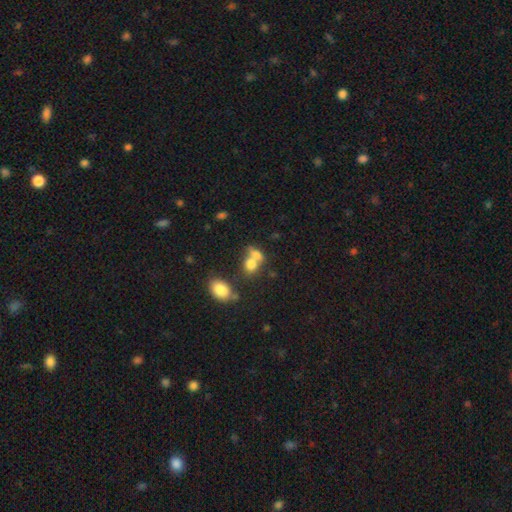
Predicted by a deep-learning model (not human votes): Morphology: type=smooth (75%); roundness=in between (60%); merging=merger (59%).